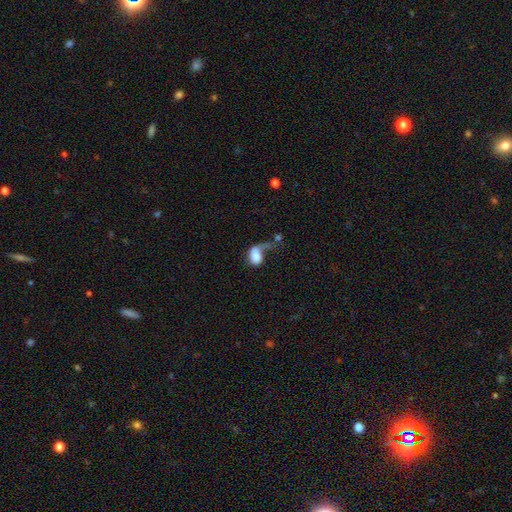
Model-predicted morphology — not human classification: Overall: smooth (68%). How rounded: in between (81%). Merging: major disturbance (49%; none 18%).